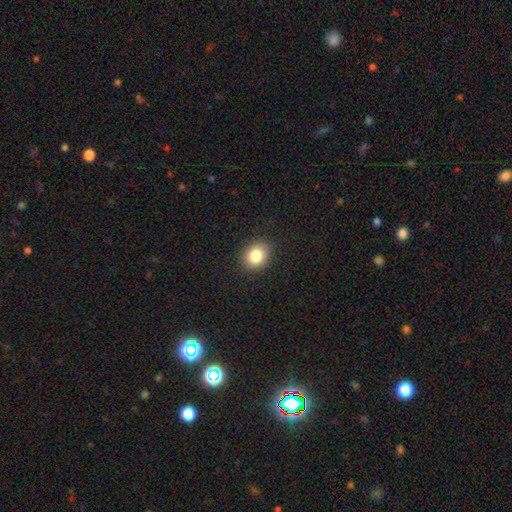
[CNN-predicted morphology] Smooth or featured? smooth (83%)
How rounded? round (61%)
Merging? none (89%)